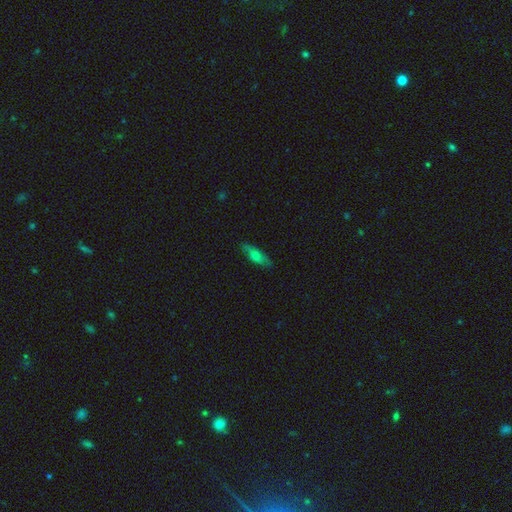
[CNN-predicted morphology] The model was most divided on "how rounded": in between: 51%, cigar-shaped: 46%, round: 3%. More confident: merging — none (82%); smooth or featured — smooth (62%).